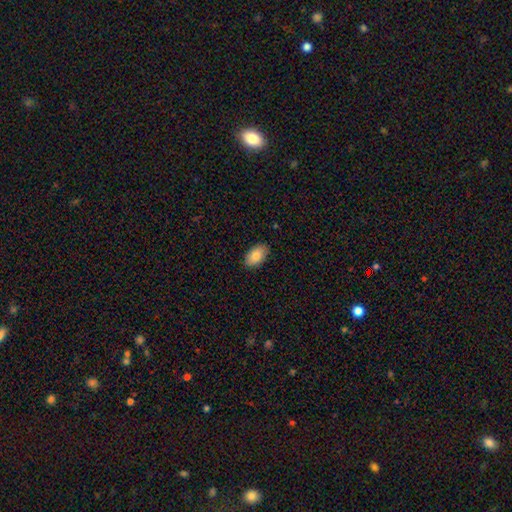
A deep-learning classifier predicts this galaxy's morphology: This appears to be a smooth galaxy with no disk features (83%) that is in between round and cigar-shaped (94%). Merging: none (88%).